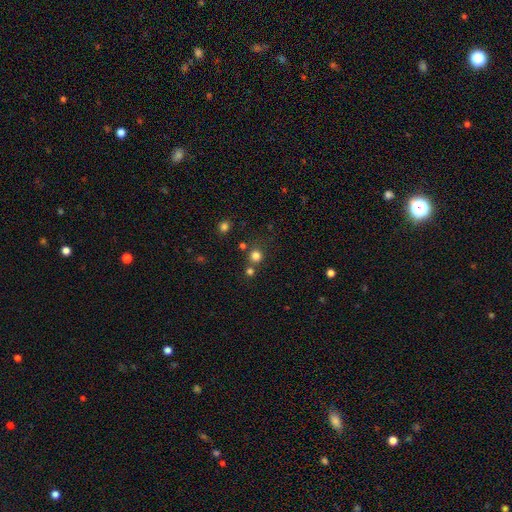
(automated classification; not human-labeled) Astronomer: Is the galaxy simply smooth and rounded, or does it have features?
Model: smooth — 78%.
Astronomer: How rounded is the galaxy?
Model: round — 91%.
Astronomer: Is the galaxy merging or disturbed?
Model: none — 71%.